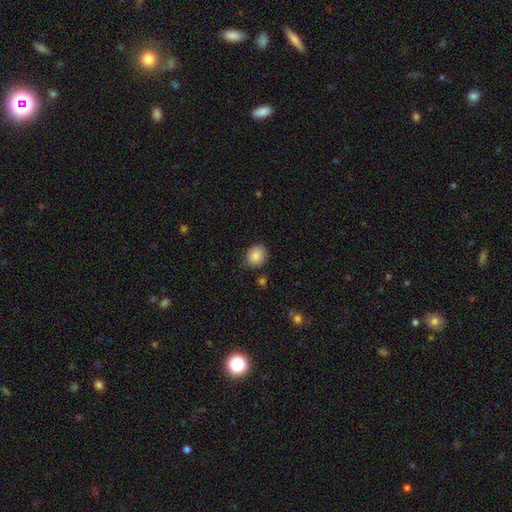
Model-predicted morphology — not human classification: Smooth or featured? smooth (86%)
How rounded? round (70%)
Merging? none (81%)